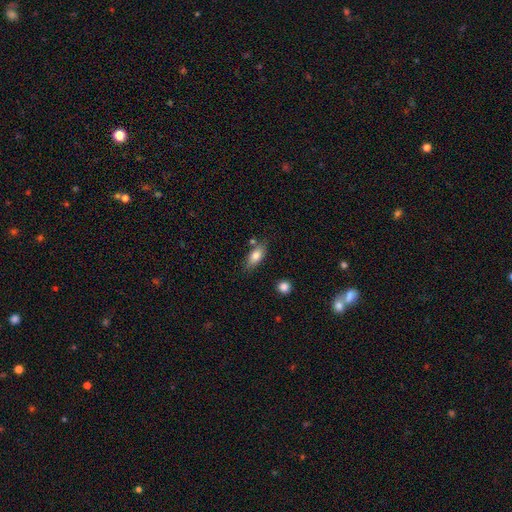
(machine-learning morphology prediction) Smooth or featured?
  - smooth: 78% *
  - featured or disk: 15%
  - star or artifact: 7%
How rounded?
  - in between: 82% *
  - cigar-shaped: 14%
  - round: 4%
Merging?
  - none: 73% *
  - minor disturbance: 16%
  - merger: 8%
  - major disturbance: 4%